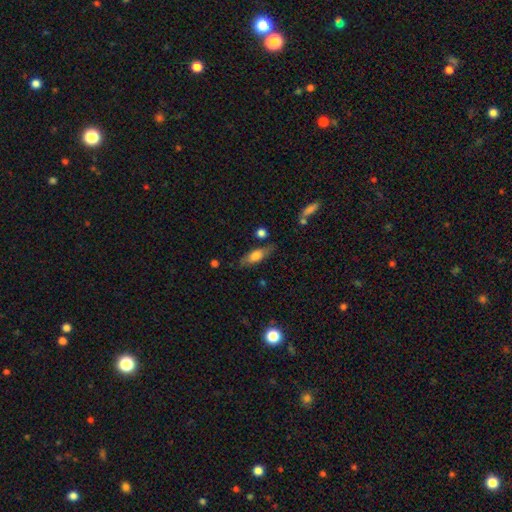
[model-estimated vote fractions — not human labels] A smooth galaxy with no disk features (64%) that is in between round and cigar-shaped (61%).

Vote fractions:
- Smooth or featured? smooth: 64% / featured or disk: 29% / star or artifact: 7%
- How rounded? in between: 61% / cigar-shaped: 35% / round: 3%
- Merging? none: 74% / minor disturbance: 17% / major disturbance: 5% / merger: 4%